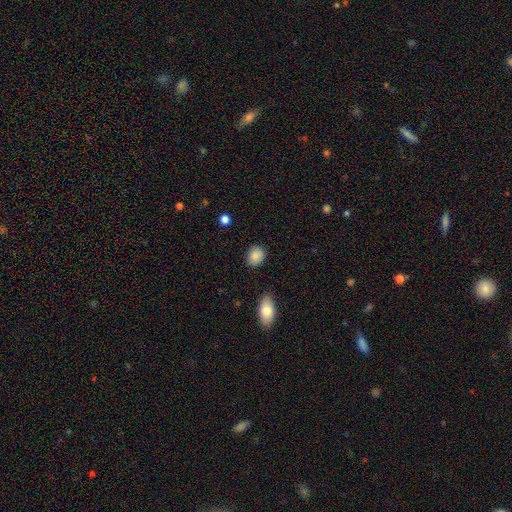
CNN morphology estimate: This appears to be a smooth galaxy with no disk features (88%) that is round (56%). Merging: none (85%).